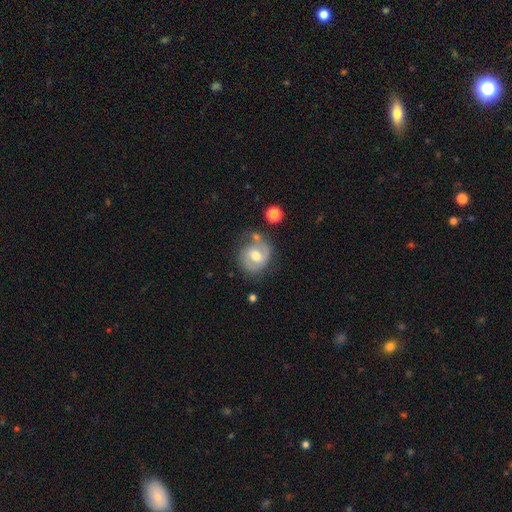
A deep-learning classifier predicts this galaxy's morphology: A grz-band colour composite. It shows a featured or disk galaxy (69%) with a weak bar (51%), 2 (80%) medium (49%) spiral arms (85%) and a moderate central bulge (74%). Merging: none (62%).